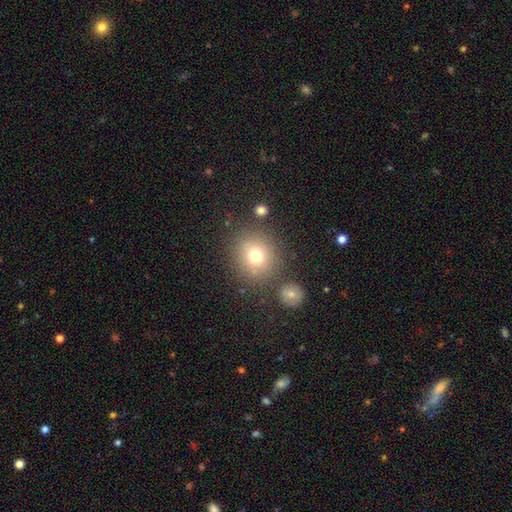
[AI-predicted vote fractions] Smooth or featured?
  - smooth: 75% *
  - star or artifact: 14%
  - featured or disk: 11%
How rounded?
  - round: 86% *
  - in between: 13%
  - cigar-shaped: 1%
Merging?
  - none: 79% *
  - minor disturbance: 10%
  - merger: 7%
  - major disturbance: 4%